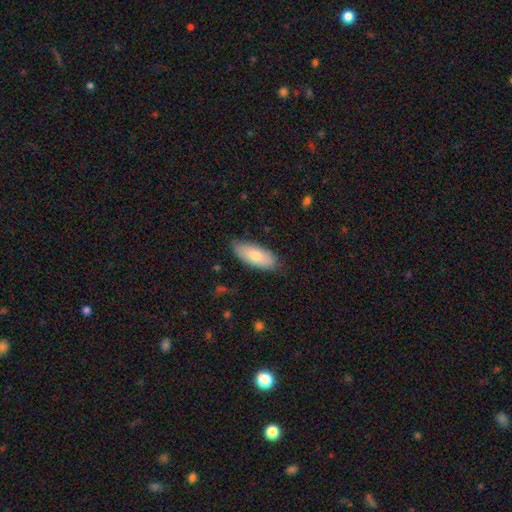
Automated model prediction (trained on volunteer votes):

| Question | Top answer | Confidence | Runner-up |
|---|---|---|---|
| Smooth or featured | smooth | 78% | featured or disk (16%) |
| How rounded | in between | 83% | cigar-shaped (15%) |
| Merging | none | 80% | minor disturbance (16%) |